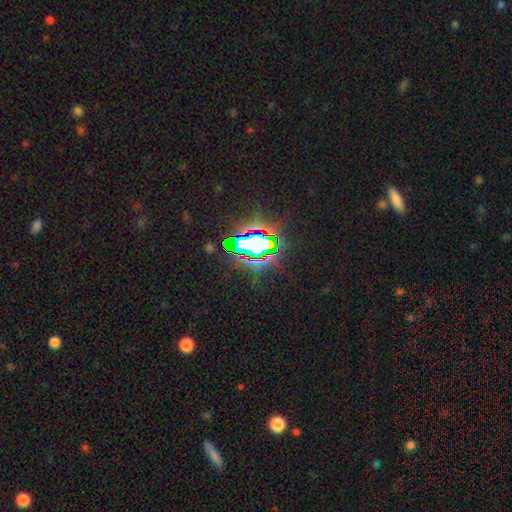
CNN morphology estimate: smooth-or-featured: star or artifact: 78% | smooth: 13% | featured or disk: 10%